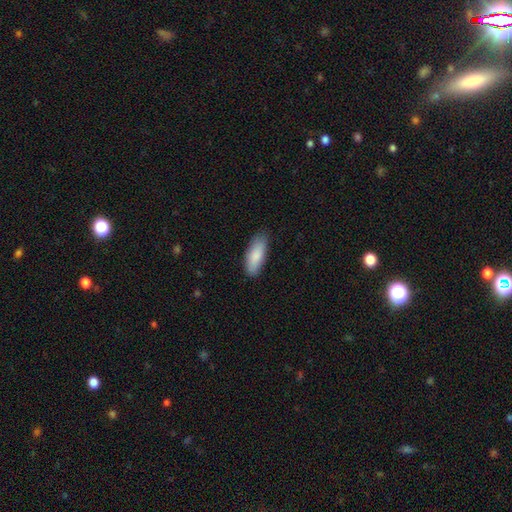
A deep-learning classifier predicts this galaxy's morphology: smooth 87%, featured or disk 8%, star or artifact 6%. Down the decision tree: how rounded — in between (74%); merging — none (81%).